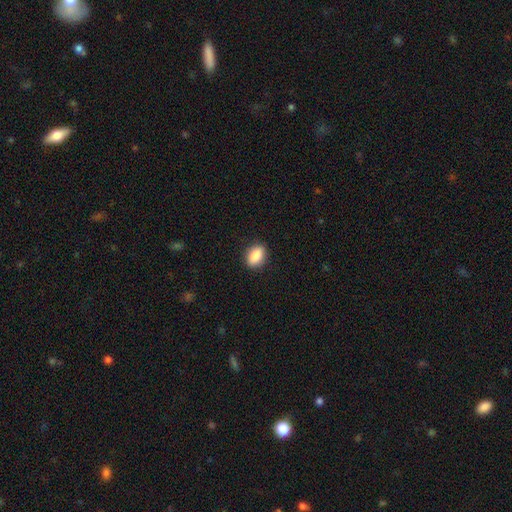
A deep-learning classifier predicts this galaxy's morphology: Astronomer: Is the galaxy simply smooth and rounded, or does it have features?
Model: smooth — 89%.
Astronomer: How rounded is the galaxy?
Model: in between — 85%.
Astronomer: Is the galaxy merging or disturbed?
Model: none — 88%.